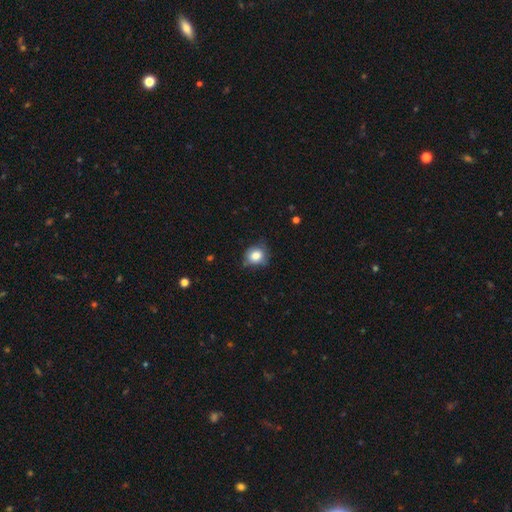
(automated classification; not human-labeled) A smooth galaxy with no disk features (82%) that is round (76%).

Vote fractions:
- Smooth or featured? smooth: 82% / star or artifact: 9% / featured or disk: 9%
- How rounded? round: 76% / in between: 23% / cigar-shaped: 1%
- Merging? none: 65% / minor disturbance: 27% / major disturbance: 6% / merger: 2%